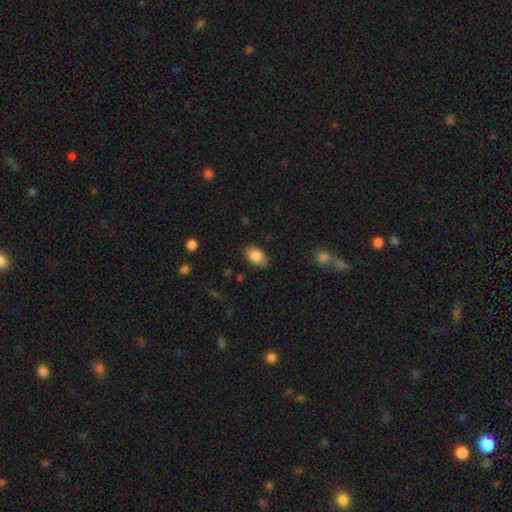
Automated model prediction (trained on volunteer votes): Smooth or featured?
  - smooth: 85% *
  - featured or disk: 7%
  - star or artifact: 7%
How rounded?
  - in between: 88% *
  - round: 11%
  - cigar-shaped: 1%
Merging?
  - none: 84% *
  - minor disturbance: 12%
  - major disturbance: 3%
  - merger: 1%